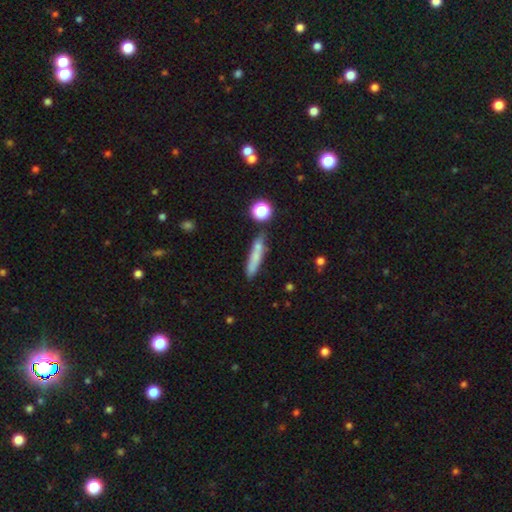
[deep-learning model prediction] This appears to be a smooth galaxy with no disk features (66%) that is cigar-shaped (84%). Merging: none (69%).